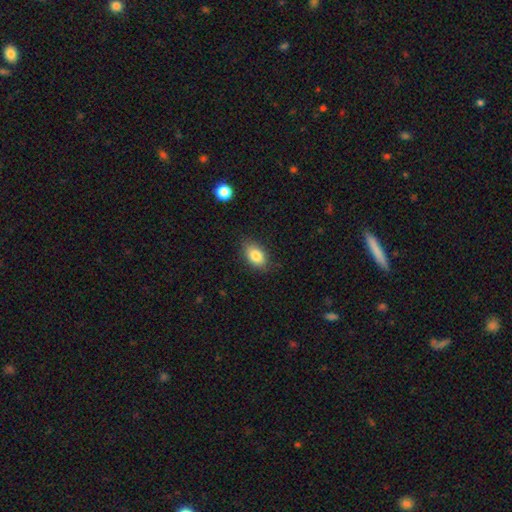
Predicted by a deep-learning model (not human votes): A smooth galaxy with no disk features (84%) that is in between round and cigar-shaped (88%).

Vote fractions:
- Smooth or featured? smooth: 84% / featured or disk: 8% / star or artifact: 8%
- How rounded? in between: 88% / round: 9% / cigar-shaped: 2%
- Merging? none: 82% / minor disturbance: 13% / major disturbance: 3% / merger: 1%